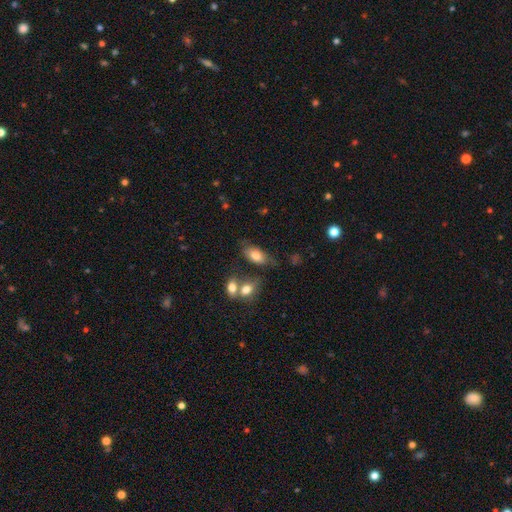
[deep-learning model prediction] Smooth or featured? smooth (78%)
How rounded? in between (91%)
Merging? none (55%)